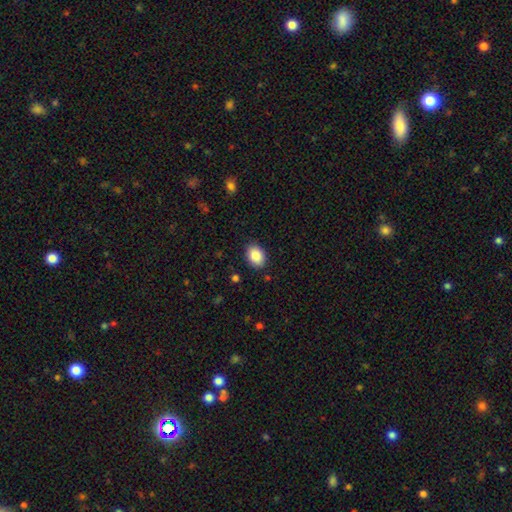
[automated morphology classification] This is clearly a smooth galaxy (88%). How rounded: likely in between (79%). Merging: clearly none (87%).